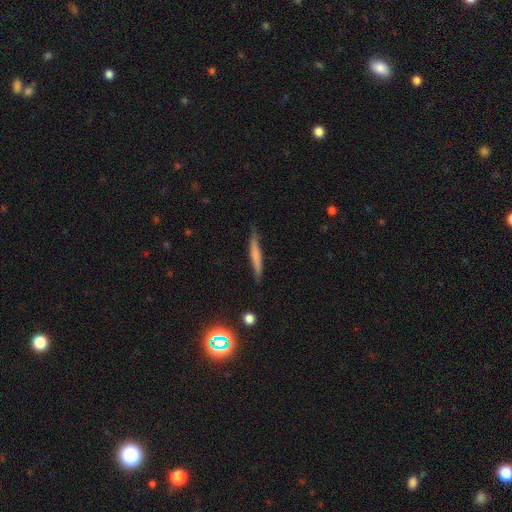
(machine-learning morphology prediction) Smooth or featured?
  - smooth: 62% *
  - featured or disk: 31%
  - star or artifact: 7%
How rounded?
  - cigar-shaped: 95% *
  - in between: 4%
  - round: 2%
Merging?
  - none: 84% *
  - minor disturbance: 12%
  - major disturbance: 2%
  - merger: 2%